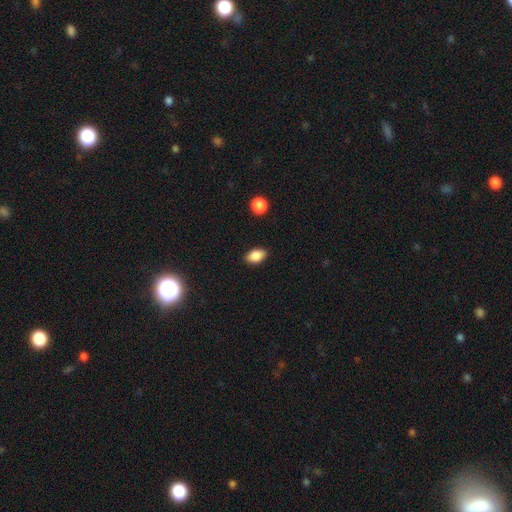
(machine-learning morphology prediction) smooth-or-featured: smooth: 86% | star or artifact: 9% | featured or disk: 5%
  how-rounded: in between: 89% | round: 9% | cigar-shaped: 2%
  merging: none: 86% | minor disturbance: 11% | major disturbance: 2% | merger: 1%